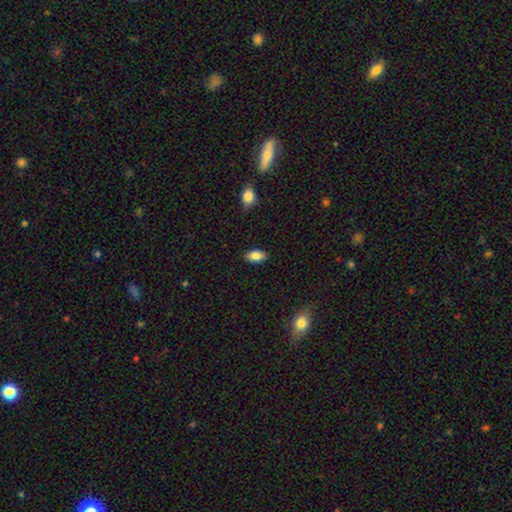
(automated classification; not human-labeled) A smooth galaxy with no disk features (85%) that is in between round and cigar-shaped (92%).

Vote fractions:
- Smooth or featured? smooth: 85% / star or artifact: 8% / featured or disk: 8%
- How rounded? in between: 92% / round: 6% / cigar-shaped: 2%
- Merging? none: 88% / minor disturbance: 9% / major disturbance: 2% / merger: 1%